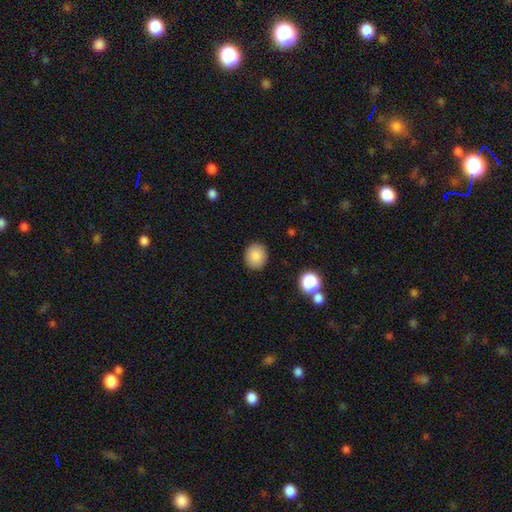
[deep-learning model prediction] Smooth or featured? Predicted: smooth (p=0.86). How rounded? Predicted: round (p=0.73). Merging? Predicted: none (p=0.90).